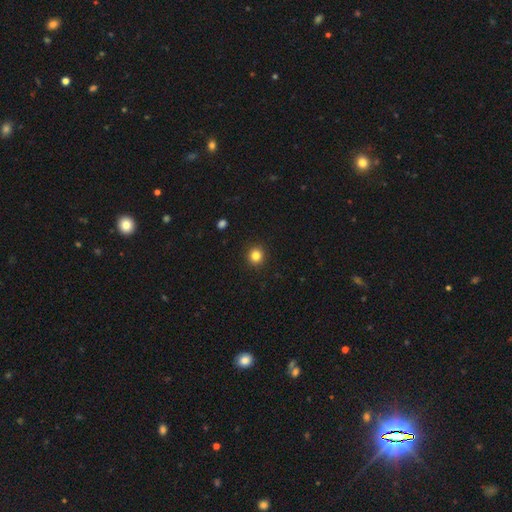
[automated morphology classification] The model was most divided on "smooth or featured": smooth: 83%, star or artifact: 12%, featured or disk: 5%. More confident: merging — none (92%); how rounded — round (92%).